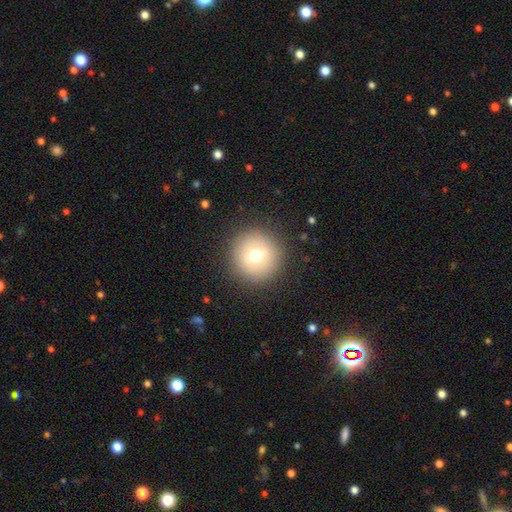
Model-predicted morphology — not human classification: smooth 58%, featured or disk 30%, star or artifact 11%. Down the decision tree: how rounded — round (94%); merging — none (88%).